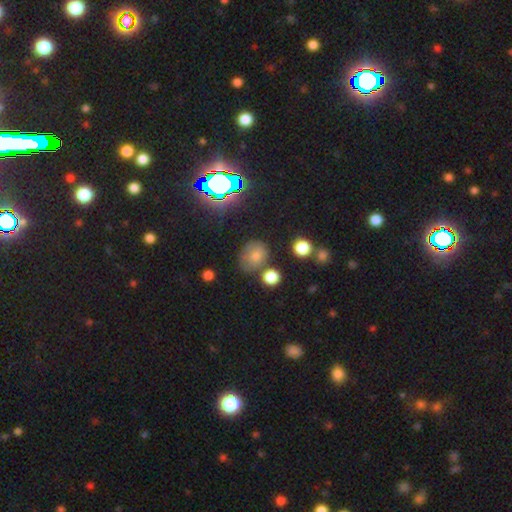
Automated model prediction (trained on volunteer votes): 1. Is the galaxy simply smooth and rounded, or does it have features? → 62% smooth, 25% star or artifact, 13% featured or disk.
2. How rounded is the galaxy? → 53% round, 46% in between, 1% cigar-shaped.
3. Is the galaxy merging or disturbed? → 67% none, 19% minor disturbance, 8% merger, 7% major disturbance.